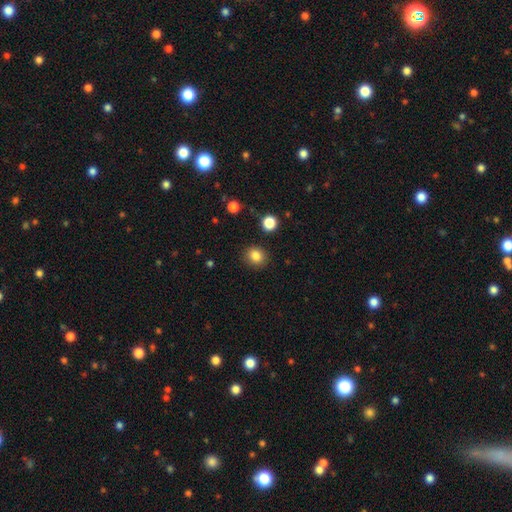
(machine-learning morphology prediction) The model was most divided on "how rounded": round: 77%, in between: 22%, cigar-shaped: 1%. More confident: merging — none (88%); smooth or featured — smooth (84%).